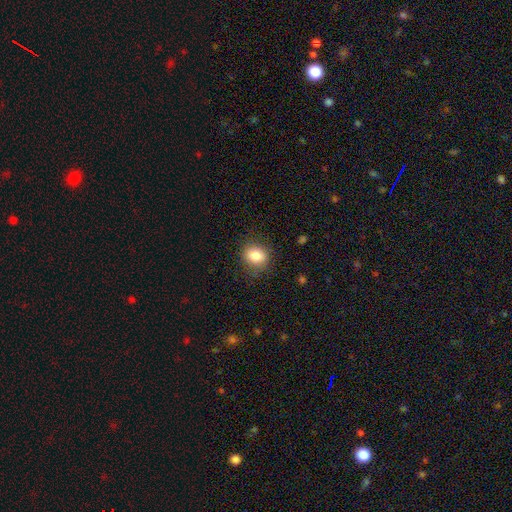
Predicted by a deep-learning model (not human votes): Smooth or featured: smooth — 83% (star or artifact — 10%)
How rounded: round — 67% (in between — 32%)
Merging: none — 81% (minor disturbance — 14%)